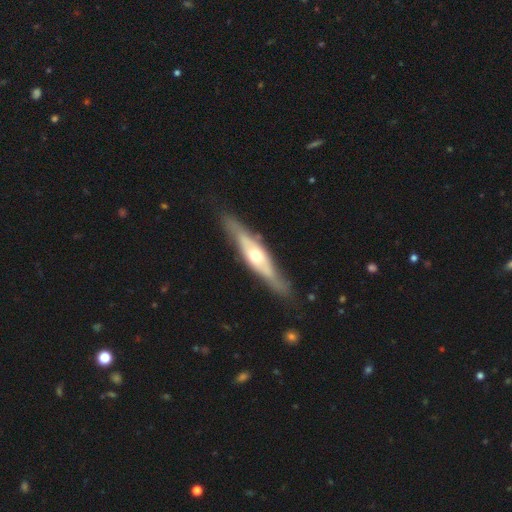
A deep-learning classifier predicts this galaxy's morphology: smooth_or_featured: featured or disk (p=0.68) [alt: smooth p=0.27]
disk_edge_on: yes (p=0.81) [alt: no p=0.19]
edge_on_bulge: rounded (p=0.87) [alt: boxy p=0.07]
merging: none (p=0.80) [alt: minor disturbance p=0.14]